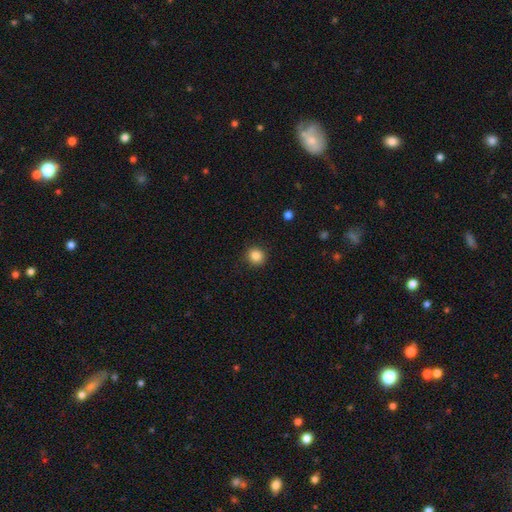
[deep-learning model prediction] A smooth galaxy with no disk features (86%) that is round (89%).

Vote fractions:
- Smooth or featured? smooth: 86% / star or artifact: 10% / featured or disk: 4%
- How rounded? round: 89% / in between: 11% / cigar-shaped: 1%
- Merging? none: 90% / minor disturbance: 7% / major disturbance: 2% / merger: 1%